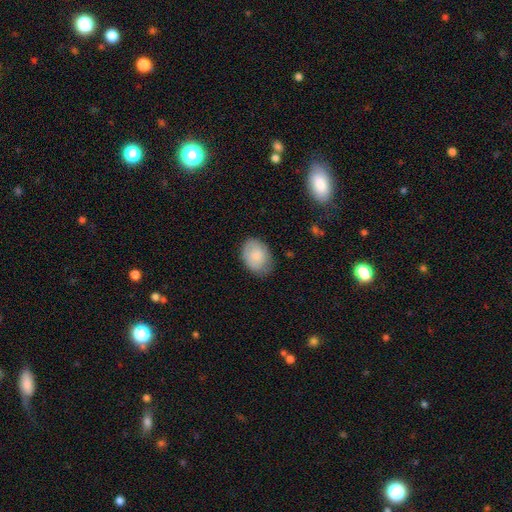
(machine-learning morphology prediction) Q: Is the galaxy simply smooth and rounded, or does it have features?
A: smooth — 81%.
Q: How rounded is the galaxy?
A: in between — 77%.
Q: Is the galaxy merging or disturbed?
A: none — 74%.